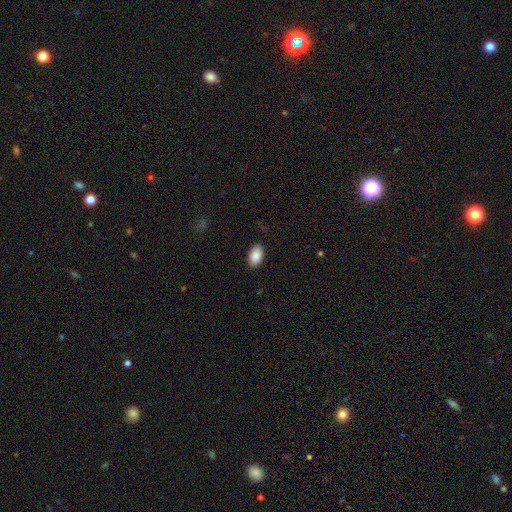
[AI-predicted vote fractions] Overall: smooth (90%). How rounded: in between (92%). Merging: none (87%).